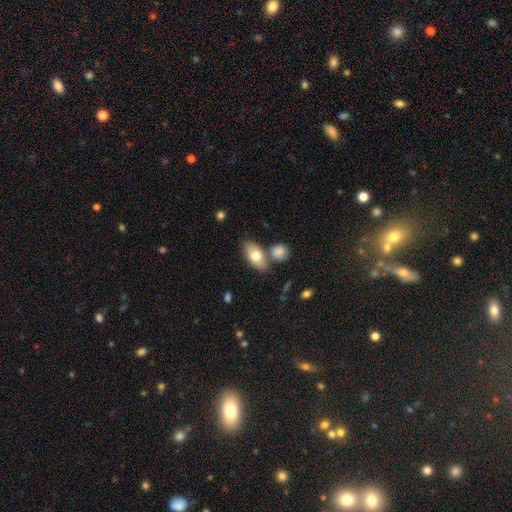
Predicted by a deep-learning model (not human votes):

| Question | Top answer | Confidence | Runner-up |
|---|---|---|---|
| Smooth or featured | smooth | 74% | featured or disk (19%) |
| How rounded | in between | 90% | round (6%) |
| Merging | none | 64% | merger (21%) |